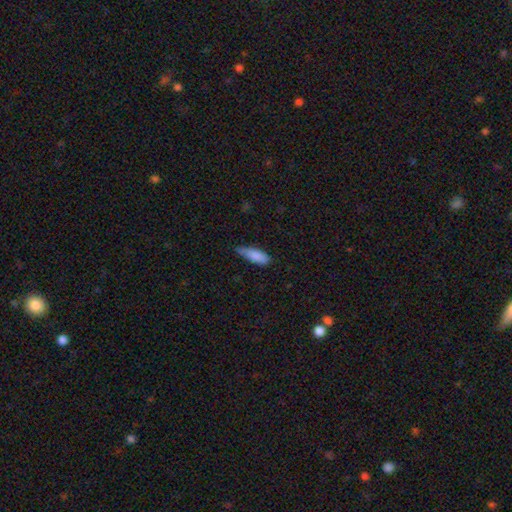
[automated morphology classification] A smooth galaxy with no disk features (85%) that is in between round and cigar-shaped (59%). Merging: none (58%).